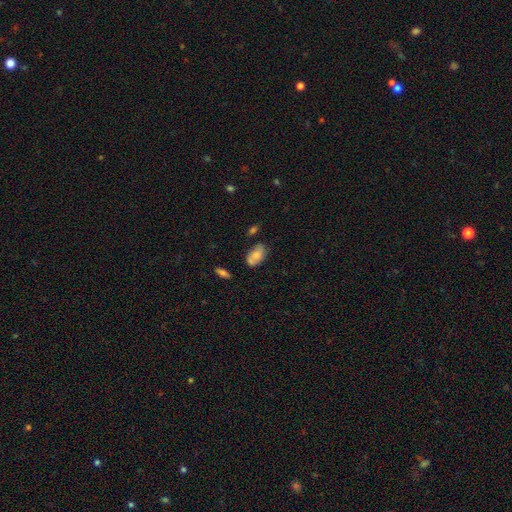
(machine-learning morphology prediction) type=smooth (68%); roundness=in between (92%); merging=none (65%).